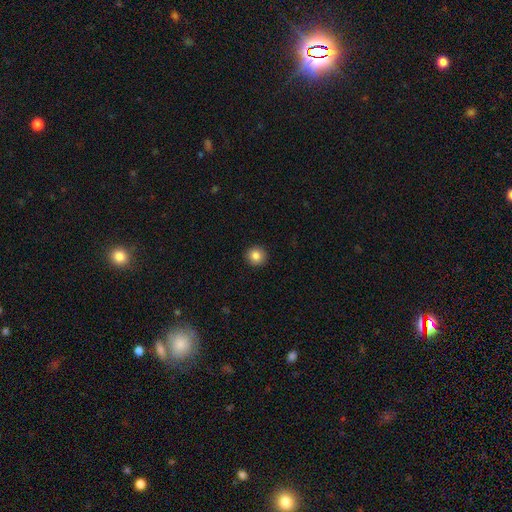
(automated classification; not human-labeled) Q: Smooth or featured?
A: smooth (85%); runner-up: star or artifact (10%)
Q: How rounded?
A: round (94%); runner-up: in between (5%)
Q: Merging?
A: none (93%); runner-up: minor disturbance (5%)